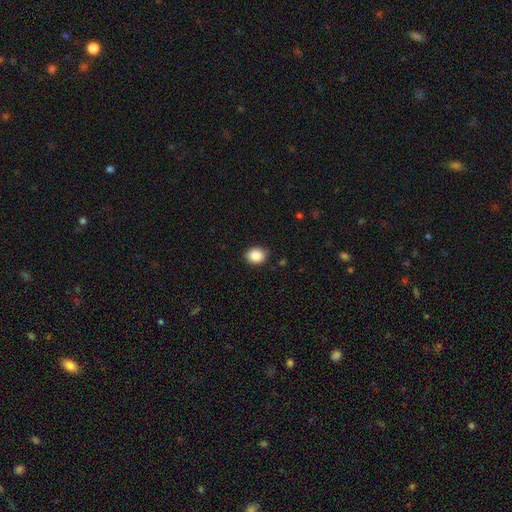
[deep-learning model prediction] Morphology: type=smooth (88%); roundness=round (57%); merging=none (86%).